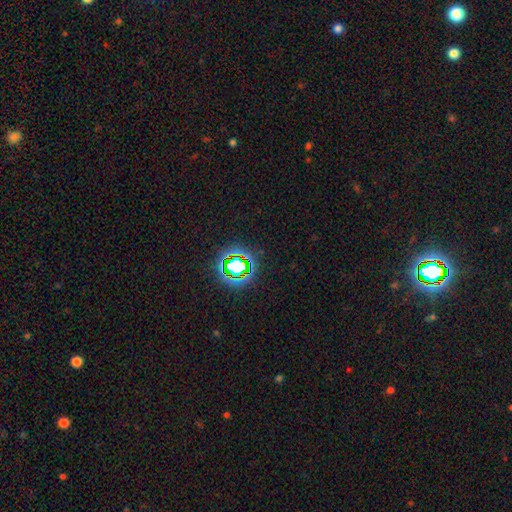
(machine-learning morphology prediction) Smooth or featured: star or artifact — 78% (smooth — 15%)